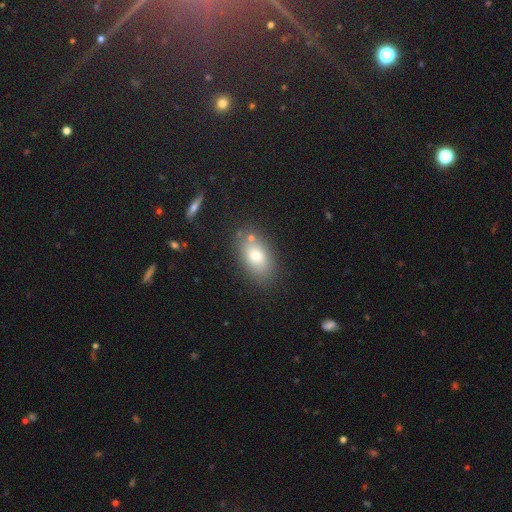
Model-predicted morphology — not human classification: Overall: smooth (78%). How rounded: in between (89%). Merging: none (75%).